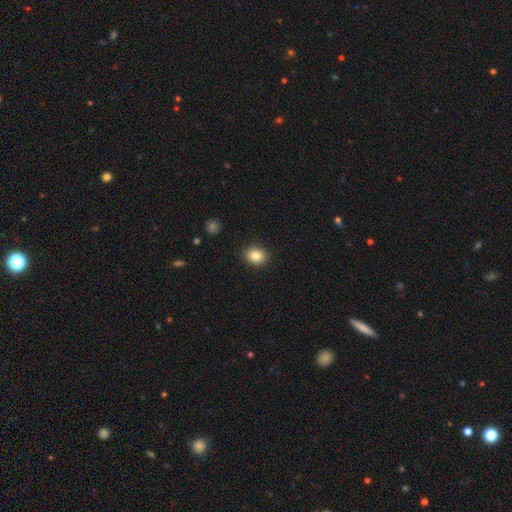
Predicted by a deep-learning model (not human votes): Smooth or featured?
  - smooth: 84% *
  - star or artifact: 9%
  - featured or disk: 7%
How rounded?
  - round: 52% *
  - in between: 47%
  - cigar-shaped: 1%
Merging?
  - none: 90% *
  - minor disturbance: 7%
  - major disturbance: 2%
  - merger: 1%